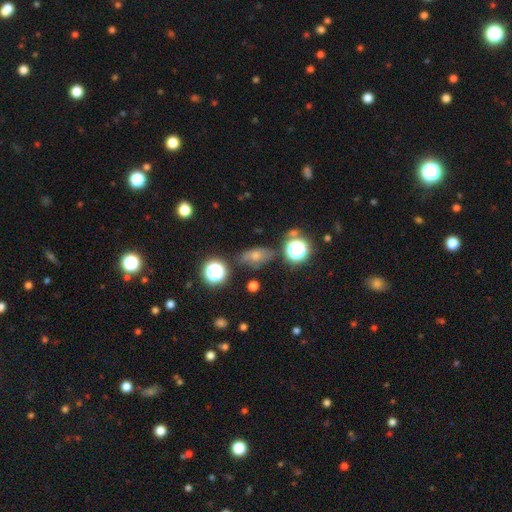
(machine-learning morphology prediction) Smooth or featured? smooth (58%)
How rounded? in between (75%)
Merging? none (62%)